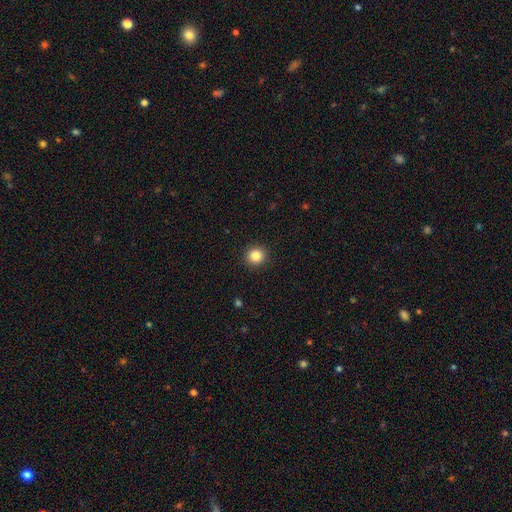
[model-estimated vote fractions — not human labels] Q: Smooth or featured?
A: smooth (85%); runner-up: star or artifact (11%)
Q: How rounded?
A: round (92%); runner-up: in between (7%)
Q: Merging?
A: none (92%); runner-up: minor disturbance (5%)